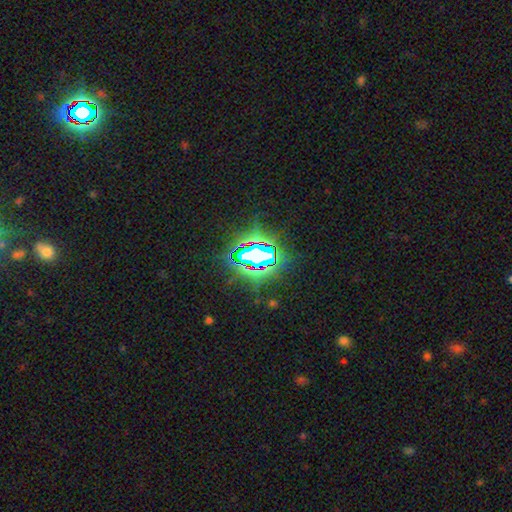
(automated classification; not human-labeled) Smooth or featured?
  - star or artifact: 79% *
  - smooth: 11%
  - featured or disk: 10%